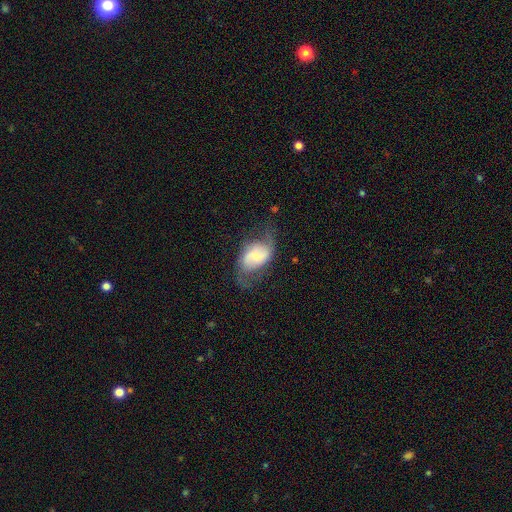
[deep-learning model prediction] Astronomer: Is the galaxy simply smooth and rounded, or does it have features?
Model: featured or disk — 65%.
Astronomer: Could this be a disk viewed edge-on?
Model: no — 96%.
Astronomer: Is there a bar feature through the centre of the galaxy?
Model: no — 46% (runner-up: weak, 39%).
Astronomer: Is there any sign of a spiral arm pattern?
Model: yes — 87%.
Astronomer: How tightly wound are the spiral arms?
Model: loose — 54% (runner-up: medium, 35%).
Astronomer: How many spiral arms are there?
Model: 2 — 86%.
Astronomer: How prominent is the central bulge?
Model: small — 47% (runner-up: moderate, 32%).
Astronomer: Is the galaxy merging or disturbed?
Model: none — 56%.